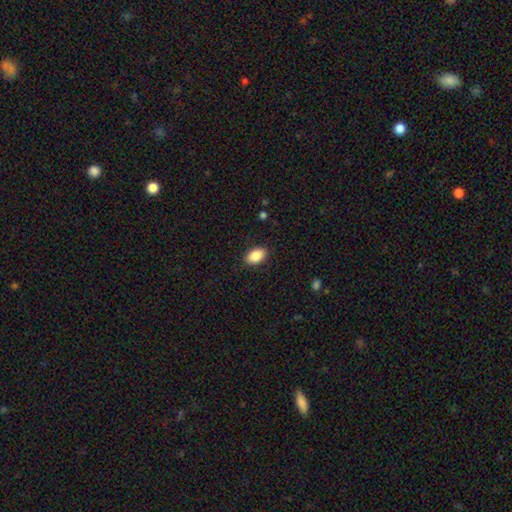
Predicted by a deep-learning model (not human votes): This is clearly a smooth galaxy (88%). How rounded: clearly in between (92%). Merging: clearly none (88%).